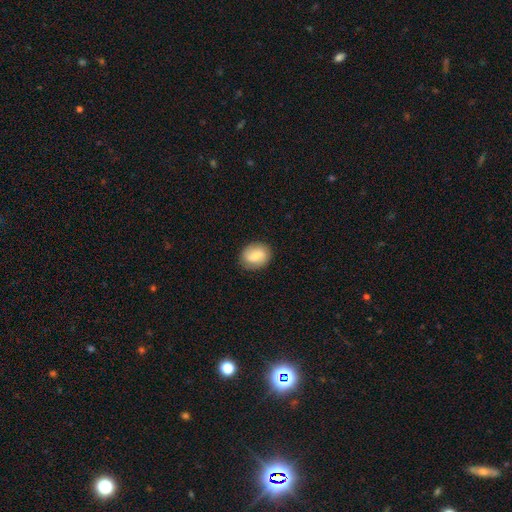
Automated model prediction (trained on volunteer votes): Smooth or featured?
  - smooth: 71% *
  - featured or disk: 22%
  - star or artifact: 7%
How rounded?
  - in between: 51% *
  - round: 48%
  - cigar-shaped: 1%
Merging?
  - none: 85% *
  - minor disturbance: 11%
  - major disturbance: 3%
  - merger: 1%